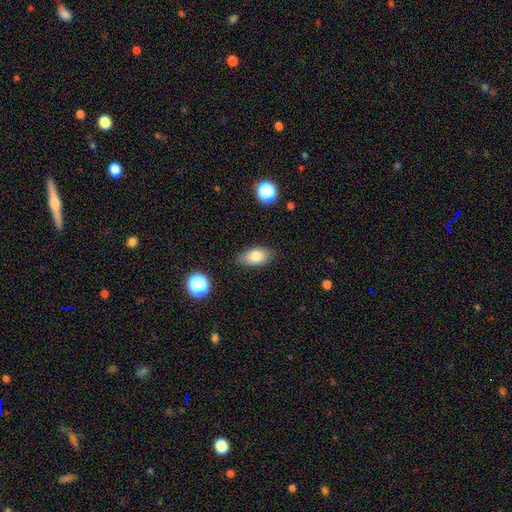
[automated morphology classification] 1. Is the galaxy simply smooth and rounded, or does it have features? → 80% smooth, 11% featured or disk, 9% star or artifact.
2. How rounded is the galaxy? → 88% in between, 8% round, 3% cigar-shaped.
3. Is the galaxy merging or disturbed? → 79% none, 16% minor disturbance, 3% major disturbance, 2% merger.